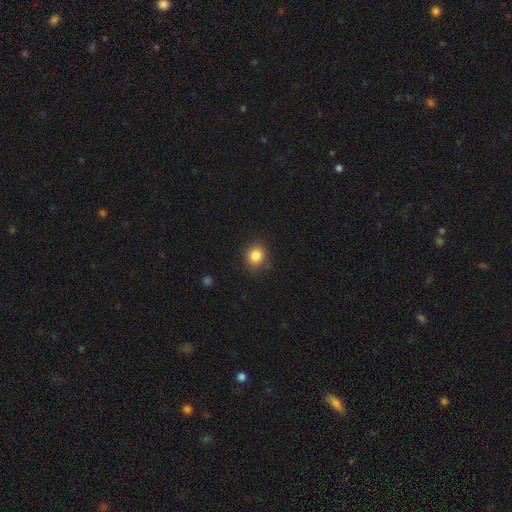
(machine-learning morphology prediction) A smooth galaxy with no disk features (85%) that is round (80%). Merging: none (84%).